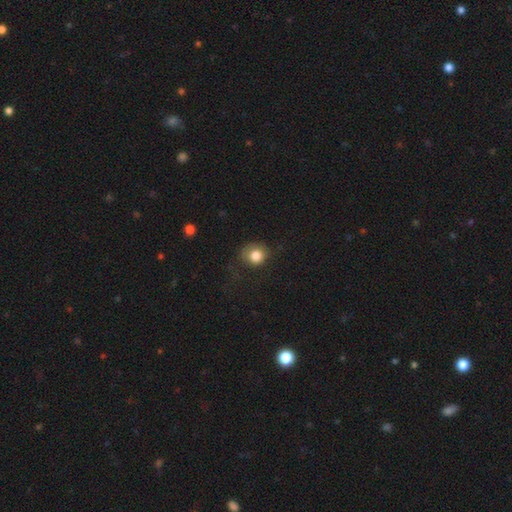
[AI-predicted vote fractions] Overall: smooth (82%). How rounded: round (80%). Merging: none (60%; minor disturbance 24%).